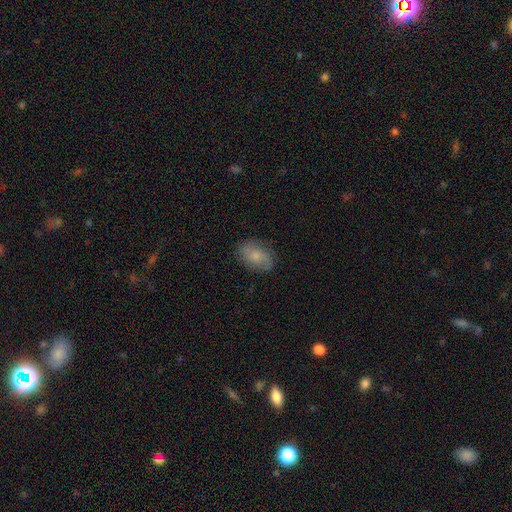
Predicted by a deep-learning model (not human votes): This appears to be a smooth galaxy with no disk features (58%) that is in between round and cigar-shaped (81%). Merging: none (79%).